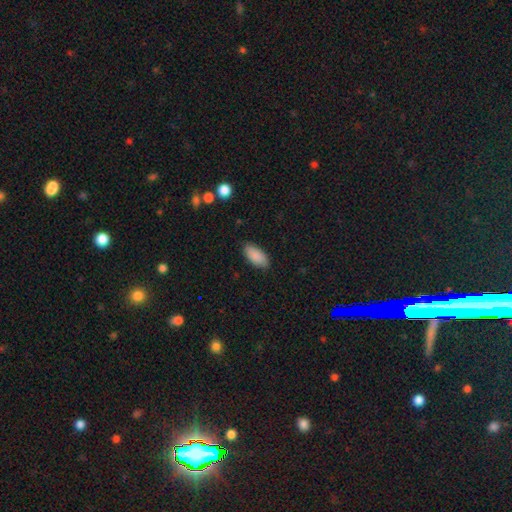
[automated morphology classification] smooth_or_featured: smooth (p=0.90) [alt: star or artifact p=0.06]
how_rounded: in between (p=0.91) [alt: cigar-shaped p=0.07]
merging: none (p=0.87) [alt: minor disturbance p=0.10]